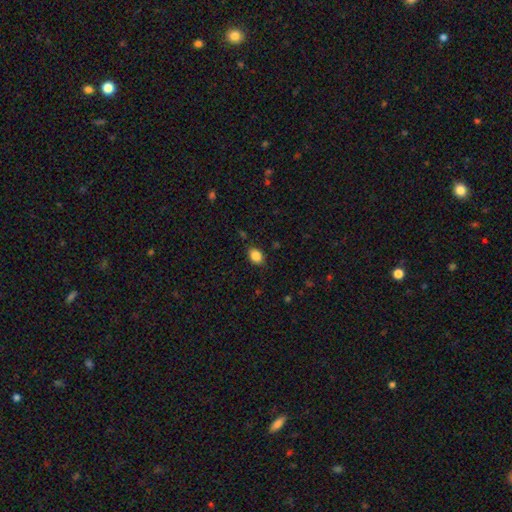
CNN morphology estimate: smooth 86%, star or artifact 9%, featured or disk 5%. Down the decision tree: how rounded — in between (70%); merging — none (82%).